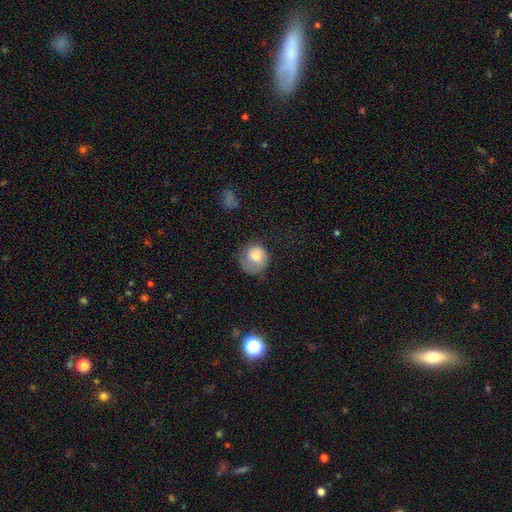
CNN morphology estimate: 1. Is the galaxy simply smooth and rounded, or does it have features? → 74% smooth, 19% featured or disk, 7% star or artifact.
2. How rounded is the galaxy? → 84% round, 16% in between, 1% cigar-shaped.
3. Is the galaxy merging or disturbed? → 52% none, 27% minor disturbance, 19% major disturbance, 2% merger.